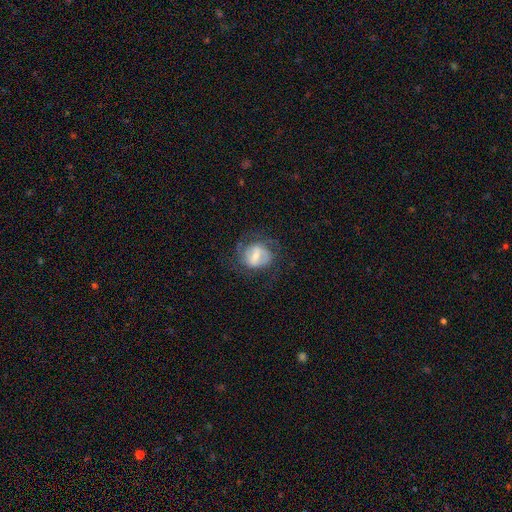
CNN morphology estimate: type=featured or disk (65%); edge-on=no (96%); bar=weak (48%); spiral arms=yes (75%); bulge=small (45%); merging=none (60%).